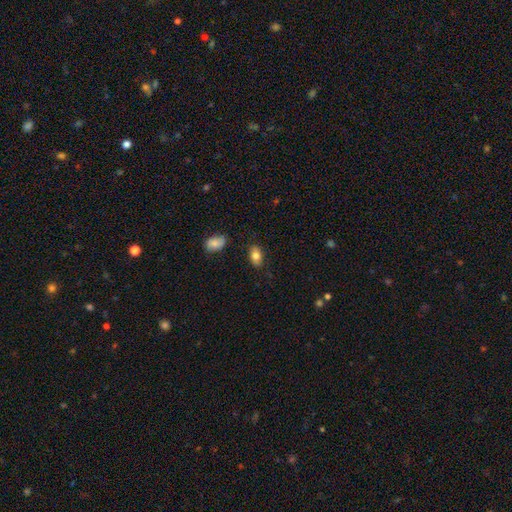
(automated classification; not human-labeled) Smooth or featured? smooth (81%)
How rounded? in between (90%)
Merging? none (84%)